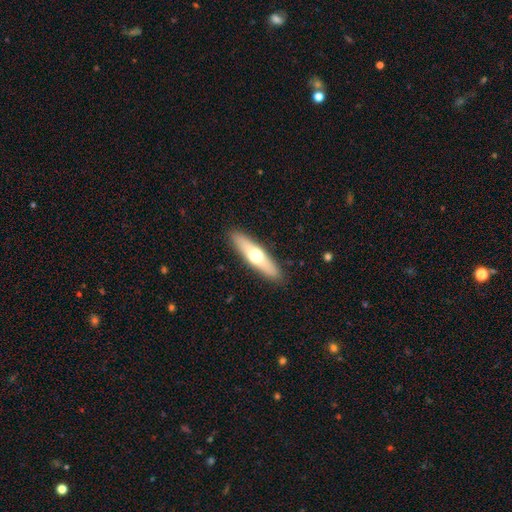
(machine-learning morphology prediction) This appears to be a smooth galaxy with no disk features (51%) that is cigar-shaped (72%). Merging: none (89%).